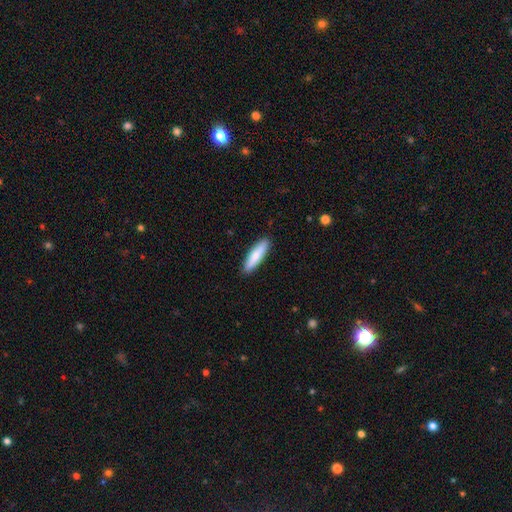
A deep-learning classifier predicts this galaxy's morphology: smooth 80%, featured or disk 15%, star or artifact 5%. Down the decision tree: how rounded — cigar-shaped (73%); merging — none (90%).